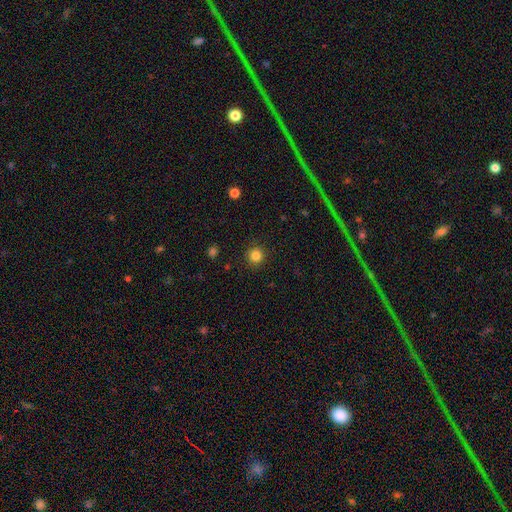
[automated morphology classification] smooth-or-featured: smooth: 83% | star or artifact: 12% | featured or disk: 5%
  how-rounded: round: 94% | in between: 5% | cigar-shaped: 1%
  merging: none: 90% | minor disturbance: 6% | major disturbance: 2% | merger: 1%